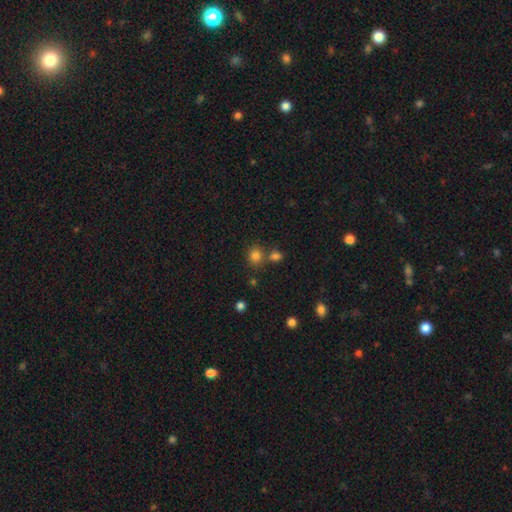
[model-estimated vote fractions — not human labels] Morphology: type=smooth (80%); roundness=round (74%); merging=none (65%).